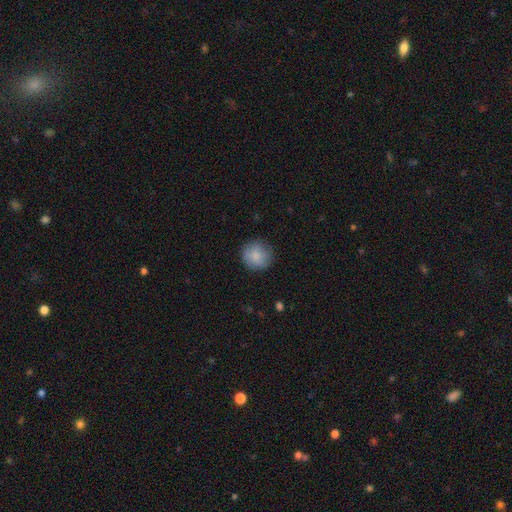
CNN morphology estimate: A smooth galaxy with no disk features (84%) that is round (93%).

Vote fractions:
- Smooth or featured? smooth: 84% / featured or disk: 9% / star or artifact: 7%
- How rounded? round: 93% / in between: 6% / cigar-shaped: 1%
- Merging? none: 83% / minor disturbance: 13% / major disturbance: 3% / merger: 1%